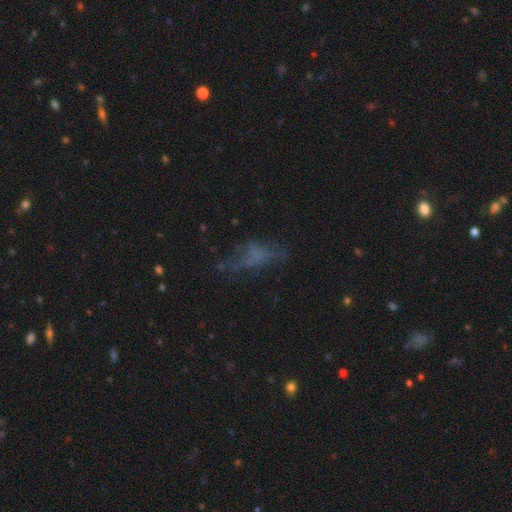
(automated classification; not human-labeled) Overall: smooth (42%; featured or disk 34%). Merging: none (45%; major disturbance 28%).